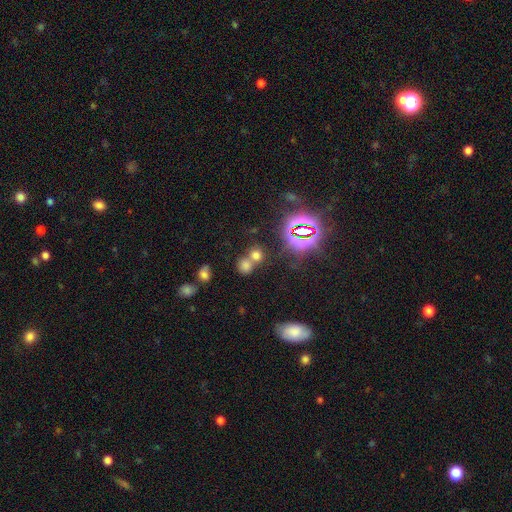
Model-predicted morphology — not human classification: This appears to be a smooth galaxy with no disk features (60%) that is round (74%). Merging: merger (46%).